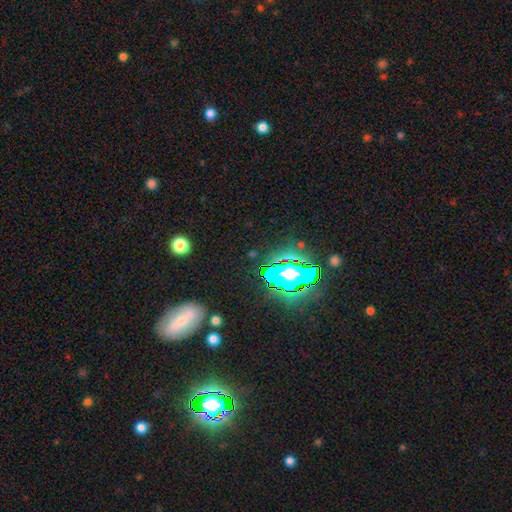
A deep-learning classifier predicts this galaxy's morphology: Smooth or featured? Predicted: star or artifact (p=0.57).